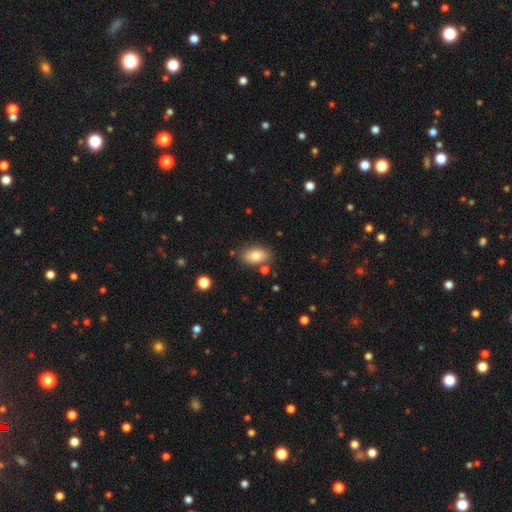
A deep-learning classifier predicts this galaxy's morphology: Smooth or featured: smooth — 80% (featured or disk — 12%)
How rounded: in between — 90% (round — 7%)
Merging: none — 78% (minor disturbance — 13%)